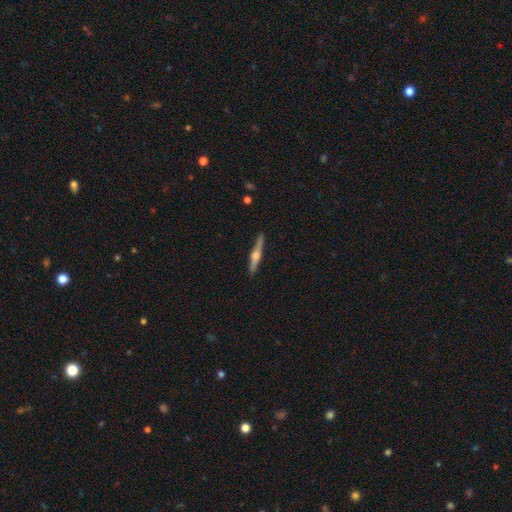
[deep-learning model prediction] Smooth or featured?
  - featured or disk: 72% *
  - smooth: 23%
  - star or artifact: 6%
Edge-on disk?
  - yes: 98% *
  - no: 2%
Edge-on bulge?
  - rounded: 89% *
  - boxy: 7%
  - none: 3%
Merging?
  - none: 90% *
  - minor disturbance: 7%
  - major disturbance: 1%
  - merger: 1%